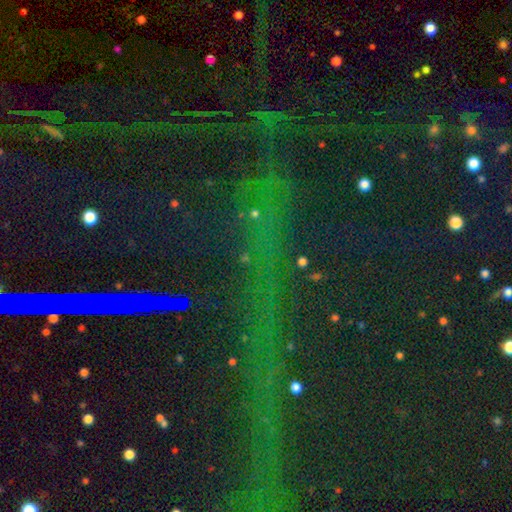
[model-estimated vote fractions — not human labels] smooth-or-featured: star or artifact: 82% | smooth: 9% | featured or disk: 9%